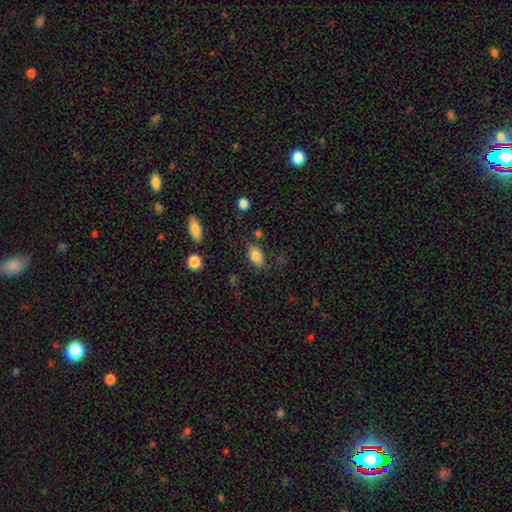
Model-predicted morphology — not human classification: This is clearly a smooth galaxy (82%). How rounded: clearly in between (88%). Merging: likely none (74%).